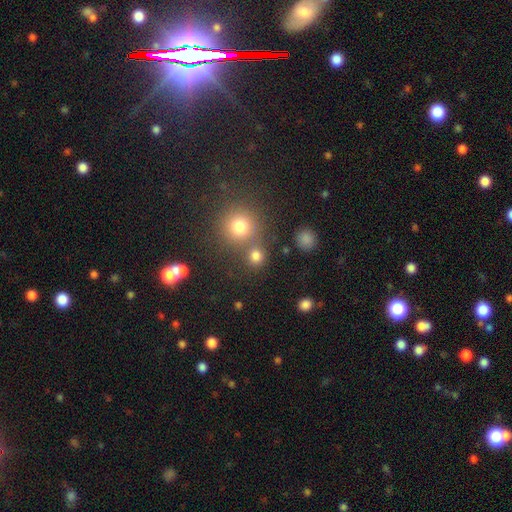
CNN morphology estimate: A smooth galaxy with no disk features (78%) that is round (89%). Merging: none (66%).